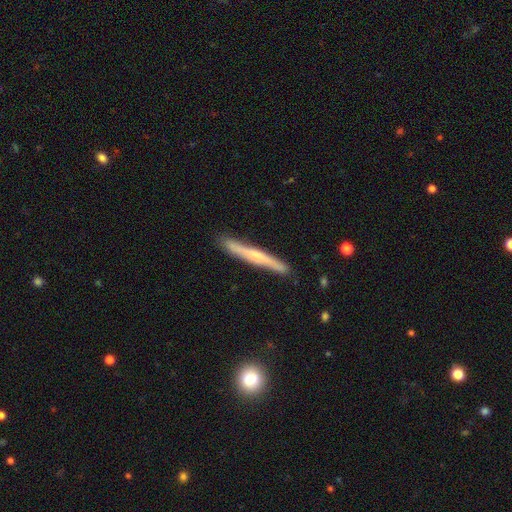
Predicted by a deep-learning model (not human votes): Q: Smooth or featured?
A: featured or disk (55%); runner-up: smooth (40%)
Q: Edge-on disk?
A: yes (95%); runner-up: no (5%)
Q: Edge-on bulge?
A: rounded (50%); runner-up: none (43%)
Q: Merging?
A: none (88%); runner-up: minor disturbance (9%)